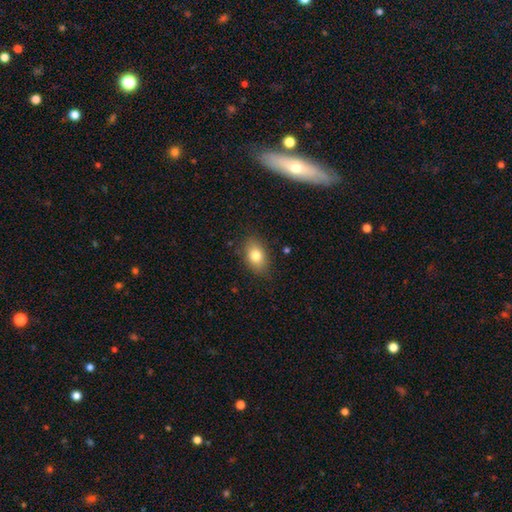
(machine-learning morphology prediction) Smooth or featured?
  - smooth: 80% *
  - featured or disk: 11%
  - star or artifact: 9%
How rounded?
  - in between: 84% *
  - round: 15%
  - cigar-shaped: 2%
Merging?
  - none: 83% *
  - minor disturbance: 13%
  - major disturbance: 3%
  - merger: 1%